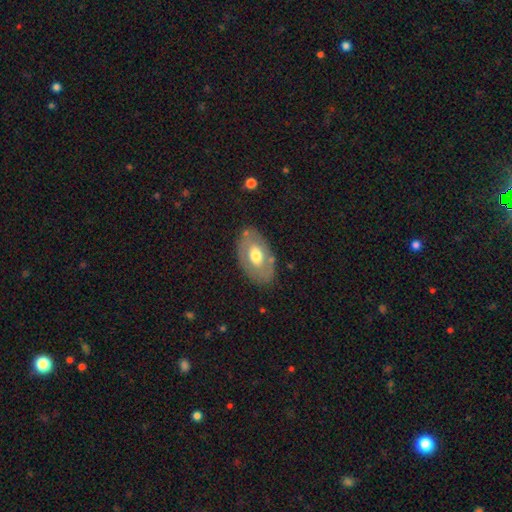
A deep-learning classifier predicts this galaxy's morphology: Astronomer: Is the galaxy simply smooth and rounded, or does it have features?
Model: smooth — 49% (runner-up: featured or disk, 46%).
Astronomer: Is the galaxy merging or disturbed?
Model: none — 77%.